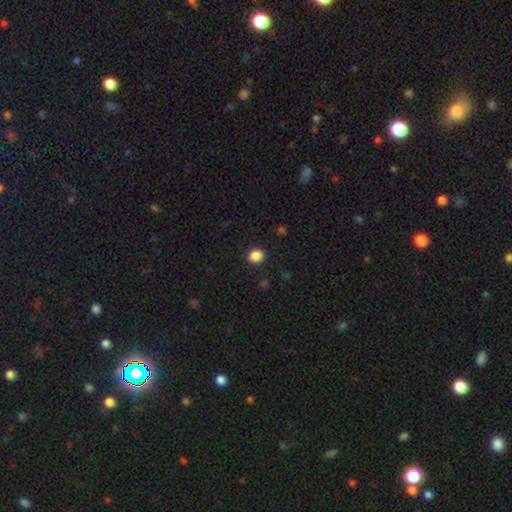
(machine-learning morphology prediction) Smooth or featured?
  - smooth: 87% *
  - star or artifact: 10%
  - featured or disk: 3%
How rounded?
  - round: 71% *
  - in between: 28%
  - cigar-shaped: 1%
Merging?
  - none: 90% *
  - minor disturbance: 6%
  - major disturbance: 2%
  - merger: 1%